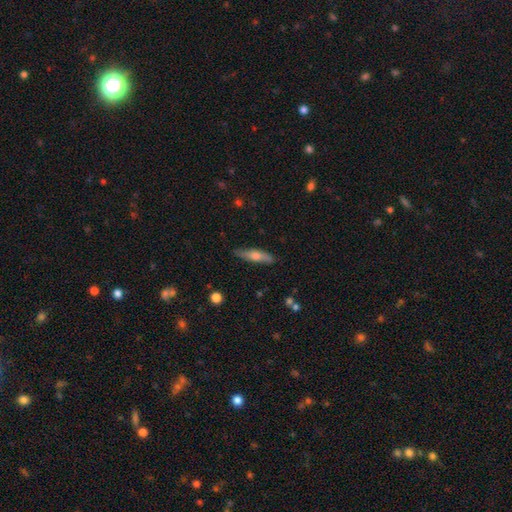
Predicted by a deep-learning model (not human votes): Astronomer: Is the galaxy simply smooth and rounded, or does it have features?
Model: smooth — 55% (runner-up: featured or disk, 39%).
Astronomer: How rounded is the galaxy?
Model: cigar-shaped — 74%.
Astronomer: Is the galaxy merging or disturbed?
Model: none — 80%.